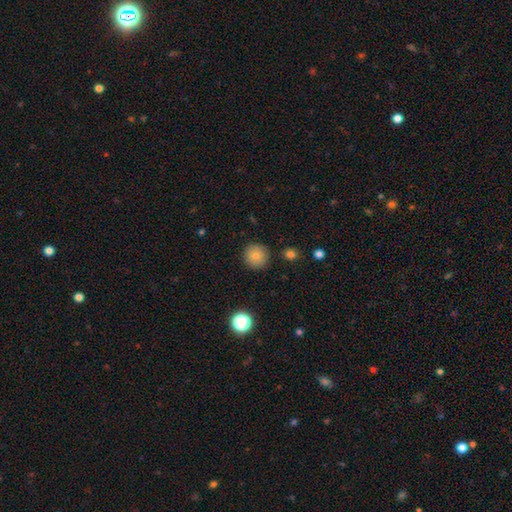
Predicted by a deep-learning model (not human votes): Smooth or featured? Predicted: smooth (p=0.80). How rounded? Predicted: round (p=0.94). Merging? Predicted: none (p=0.88).